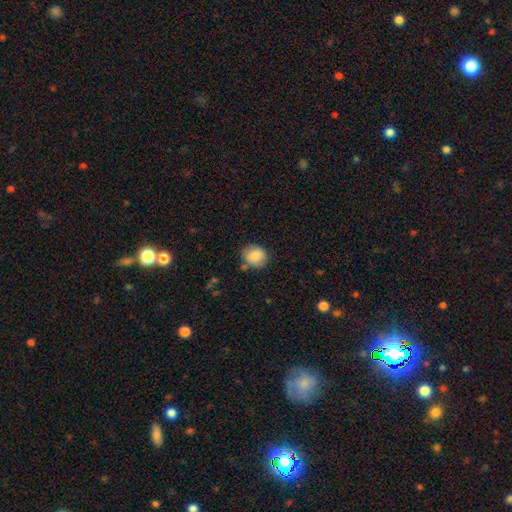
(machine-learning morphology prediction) This appears to be a smooth galaxy with no disk features (84%) that is round (69%). Merging: none (76%).